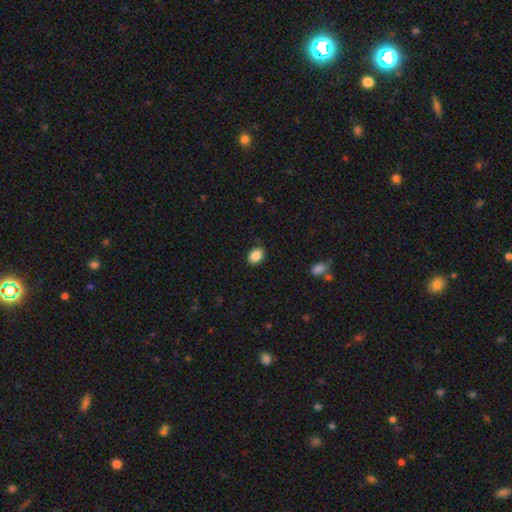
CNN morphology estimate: This appears to be a smooth galaxy with no disk features (87%) that is in between round and cigar-shaped (75%). Merging: none (85%).